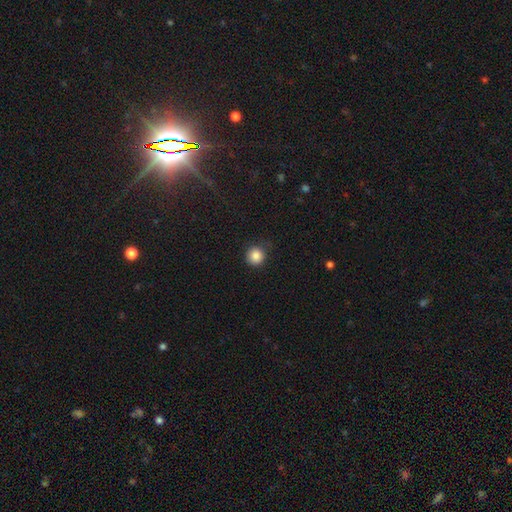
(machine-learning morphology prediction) smooth 86%, star or artifact 10%, featured or disk 4%. Down the decision tree: how rounded — round (93%); merging — none (79%).